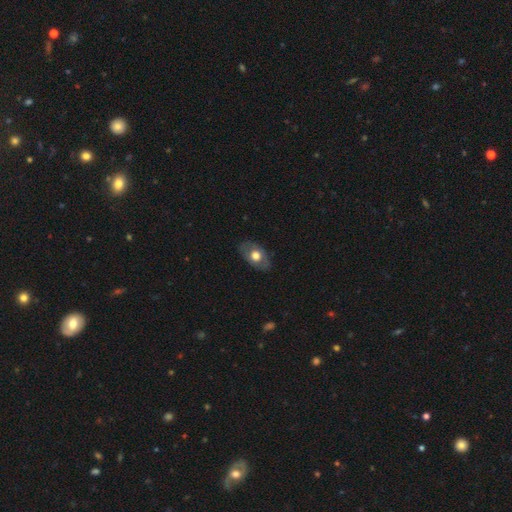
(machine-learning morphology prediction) A smooth galaxy with no disk features (56%) that is in between round and cigar-shaped (83%). Merging: none (80%).